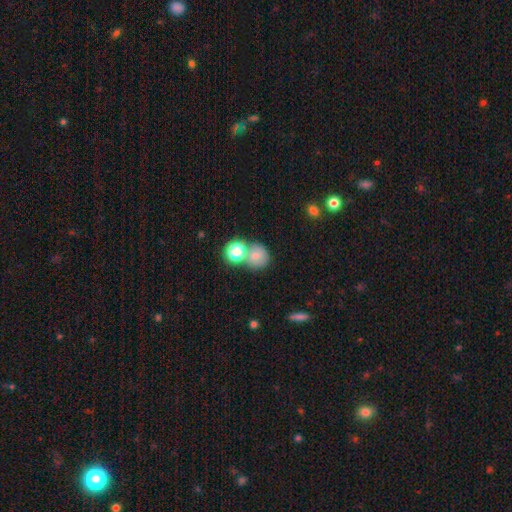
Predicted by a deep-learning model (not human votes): Smooth or featured?
  - smooth: 73% *
  - star or artifact: 15%
  - featured or disk: 12%
How rounded?
  - round: 77% *
  - in between: 22%
  - cigar-shaped: 1%
Merging?
  - none: 47% *
  - merger: 37%
  - minor disturbance: 11%
  - major disturbance: 5%